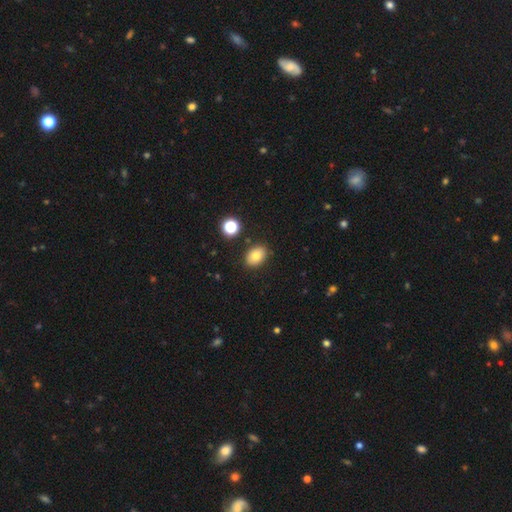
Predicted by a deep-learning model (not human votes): Q: Smooth or featured?
A: smooth (79%); runner-up: star or artifact (11%)
Q: How rounded?
A: in between (76%); runner-up: round (23%)
Q: Merging?
A: none (86%); runner-up: minor disturbance (9%)